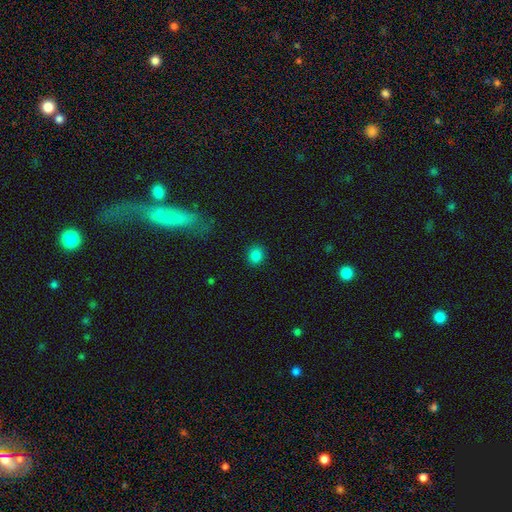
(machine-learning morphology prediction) smooth 84%, star or artifact 12%, featured or disk 4%. Down the decision tree: how rounded — round (77%); merging — none (89%).